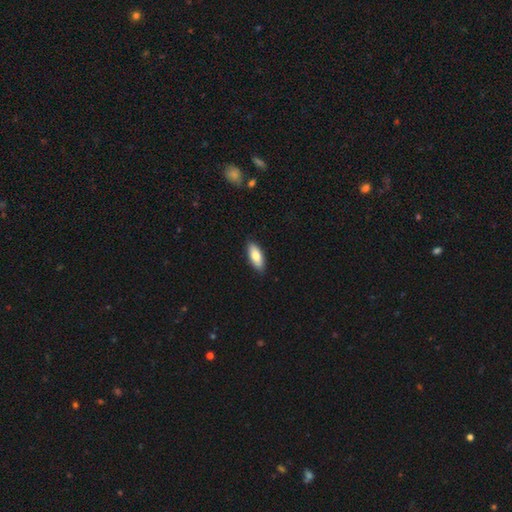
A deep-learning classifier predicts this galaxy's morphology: A smooth galaxy with no disk features (79%) that is in between round and cigar-shaped (79%).

Vote fractions:
- Smooth or featured? smooth: 79% / featured or disk: 15% / star or artifact: 6%
- How rounded? in between: 79% / cigar-shaped: 19% / round: 2%
- Merging? none: 88% / minor disturbance: 9% / major disturbance: 2% / merger: 1%